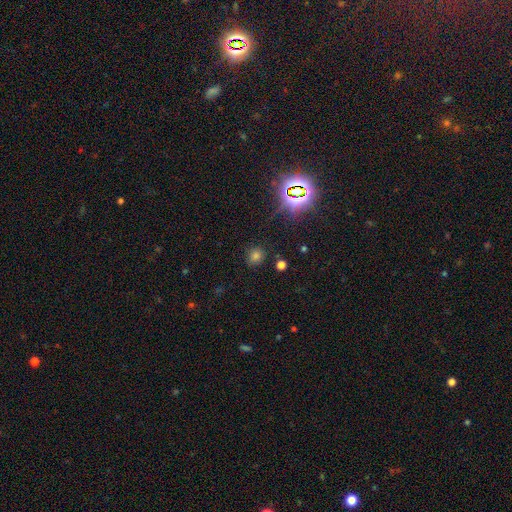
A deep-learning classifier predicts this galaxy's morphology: A smooth galaxy with no disk features (66%) that is round (78%). Merging: none (83%).